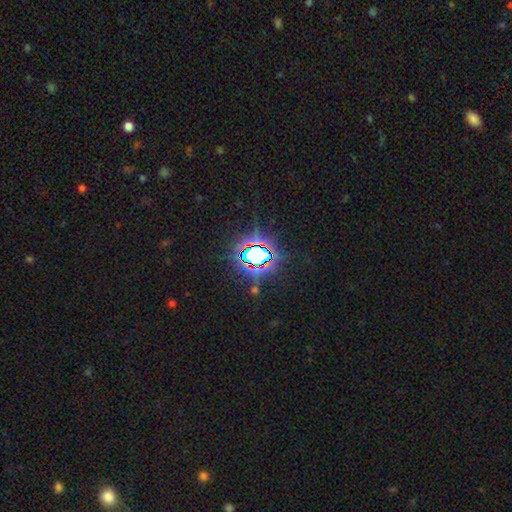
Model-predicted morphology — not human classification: Q: Smooth or featured?
A: star or artifact (74%); runner-up: smooth (16%)